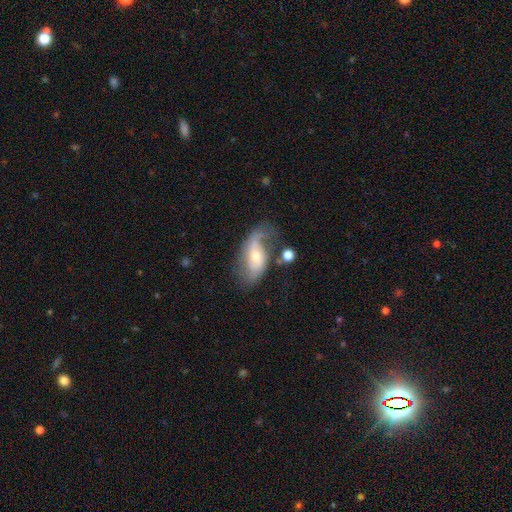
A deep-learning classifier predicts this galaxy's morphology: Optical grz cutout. It shows a featured or disk galaxy (73%) with no bar (47%), 2 (66%) loose (60%) spiral arms (88%) and a moderate central bulge (50%). Merging: none (46%).